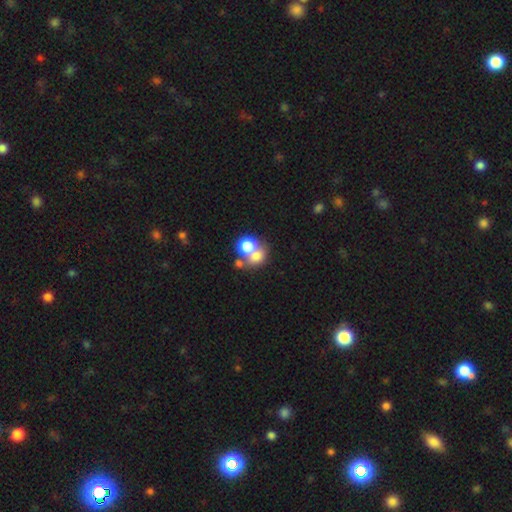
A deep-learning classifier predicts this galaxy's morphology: The model was most divided on "how rounded": round: 58%, in between: 41%, cigar-shaped: 1%. More confident: smooth or featured — smooth (68%); merging — merger (55%).